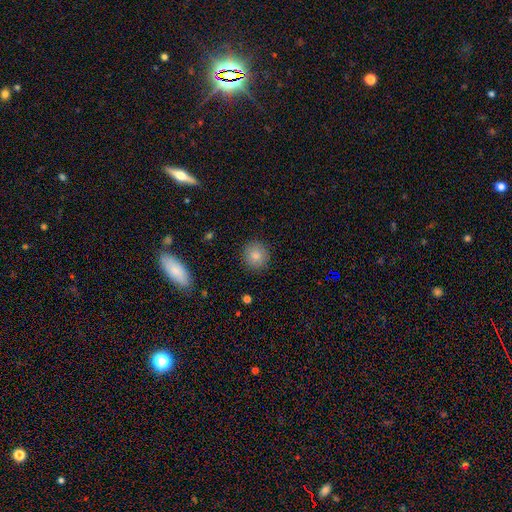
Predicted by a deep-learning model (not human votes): Morphology: type=smooth (84%); roundness=round (92%); merging=none (89%).